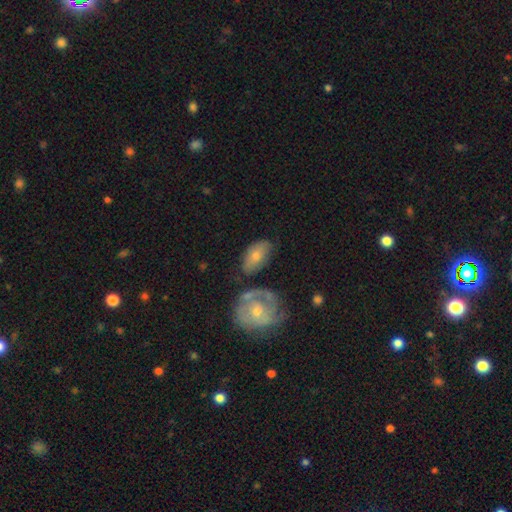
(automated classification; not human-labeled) Smooth or featured? smooth (61%)
How rounded? in between (90%)
Merging? none (65%)